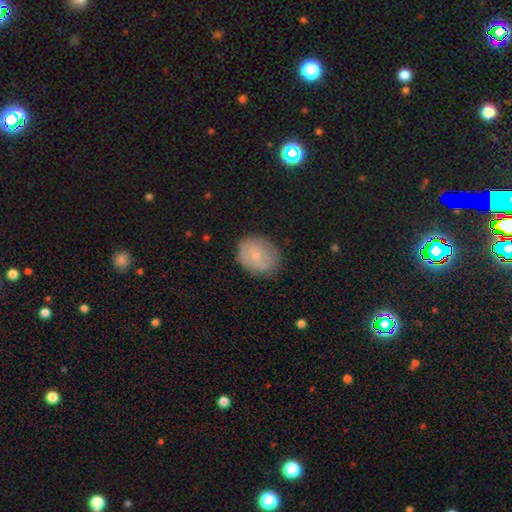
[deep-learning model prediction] A smooth galaxy with no disk features (56%) that is round (54%).

Vote fractions:
- Smooth or featured? smooth: 56% / featured or disk: 35% / star or artifact: 9%
- How rounded? round: 54% / in between: 45% / cigar-shaped: 1%
- Merging? none: 74% / minor disturbance: 19% / major disturbance: 5% / merger: 2%